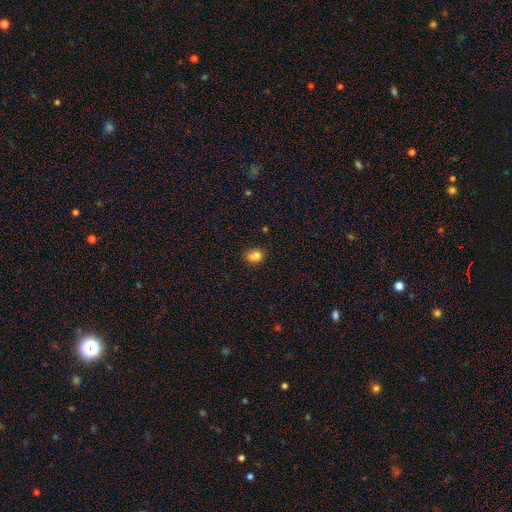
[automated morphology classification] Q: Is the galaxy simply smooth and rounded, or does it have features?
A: smooth — 74%.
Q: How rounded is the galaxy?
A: round — 52%.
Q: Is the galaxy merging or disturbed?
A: none — 45%.